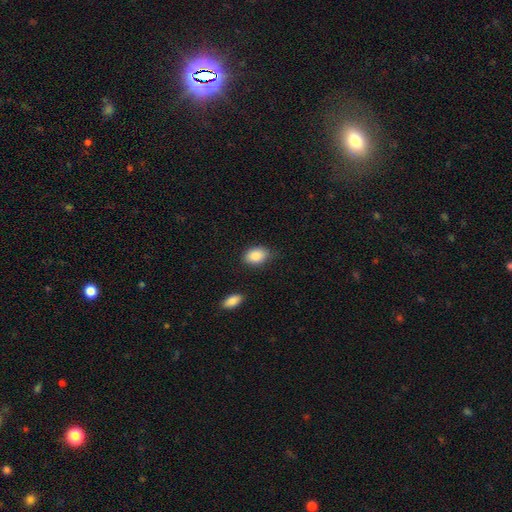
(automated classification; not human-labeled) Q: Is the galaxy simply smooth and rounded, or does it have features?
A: smooth — 86%.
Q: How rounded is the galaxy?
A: in between — 82%.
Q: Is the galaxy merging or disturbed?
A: none — 75%.